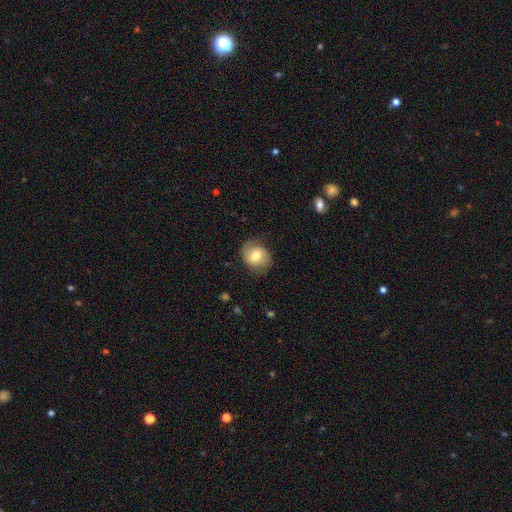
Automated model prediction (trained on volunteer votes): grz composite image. It shows a smooth galaxy with no disk features (59%) that is round (57%). Merging: none (74%).